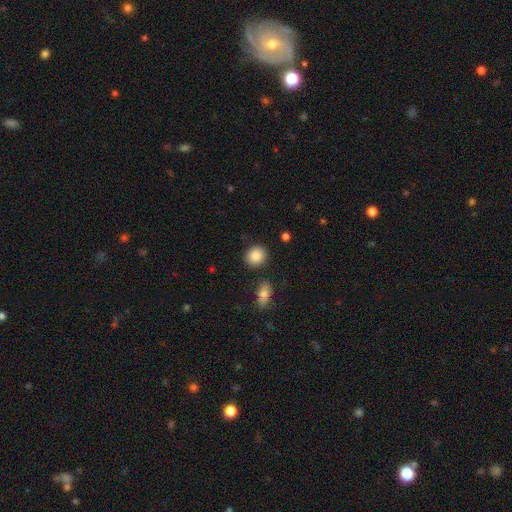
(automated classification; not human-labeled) A smooth galaxy with no disk features (86%) that is round (77%). Merging: none (86%).